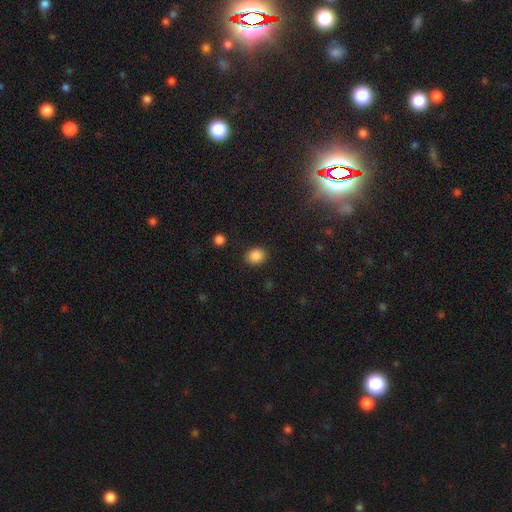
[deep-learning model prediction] A smooth galaxy with no disk features (86%) that is round (61%).

Vote fractions:
- Smooth or featured? smooth: 86% / star or artifact: 10% / featured or disk: 3%
- How rounded? round: 61% / in between: 38% / cigar-shaped: 1%
- Merging? none: 87% / minor disturbance: 8% / major disturbance: 3% / merger: 2%